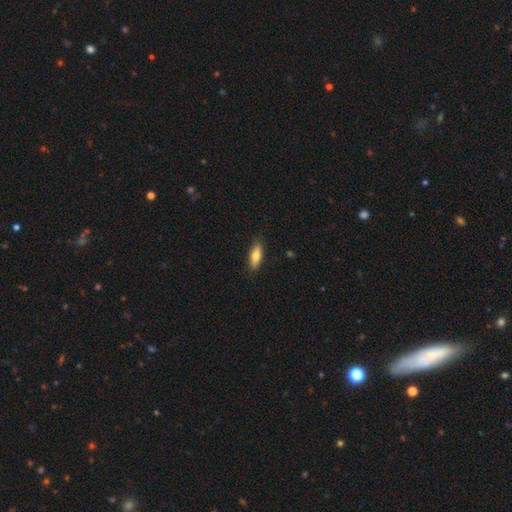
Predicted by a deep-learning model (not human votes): smooth-or-featured: smooth: 75% | featured or disk: 18% | star or artifact: 6%
  how-rounded: in between: 65% | cigar-shaped: 33% | round: 2%
  merging: none: 86% | minor disturbance: 11% | major disturbance: 2% | merger: 1%